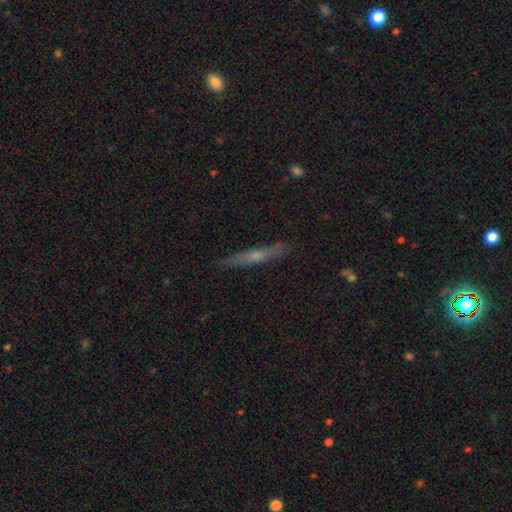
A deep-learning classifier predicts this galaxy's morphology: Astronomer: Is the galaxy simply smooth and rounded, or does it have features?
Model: featured or disk — 52% (runner-up: smooth, 41%).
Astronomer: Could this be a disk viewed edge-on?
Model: yes — 93%.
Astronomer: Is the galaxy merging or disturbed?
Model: none — 88%.